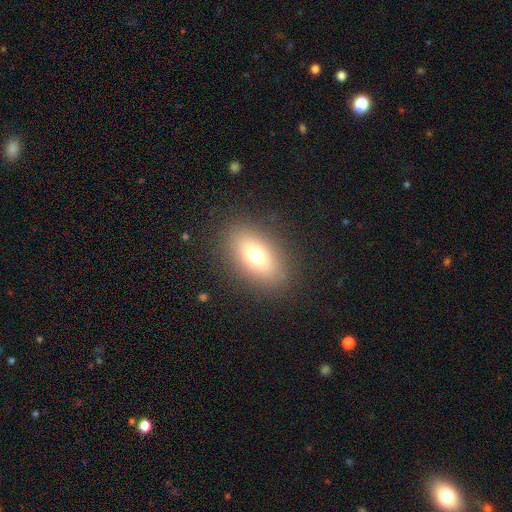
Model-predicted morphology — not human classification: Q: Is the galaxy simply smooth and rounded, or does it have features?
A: smooth — 73%.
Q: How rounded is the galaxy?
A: in between — 85%.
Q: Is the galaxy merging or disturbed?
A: none — 86%.